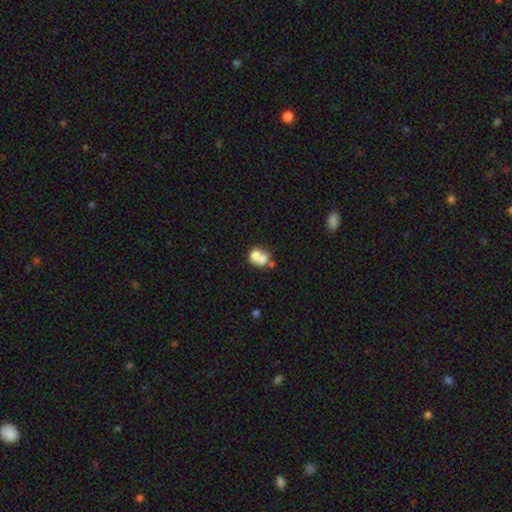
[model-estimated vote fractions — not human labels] smooth 67%, featured or disk 24%, star or artifact 10%. Down the decision tree: how rounded — round (59%); merging — merger (64%).